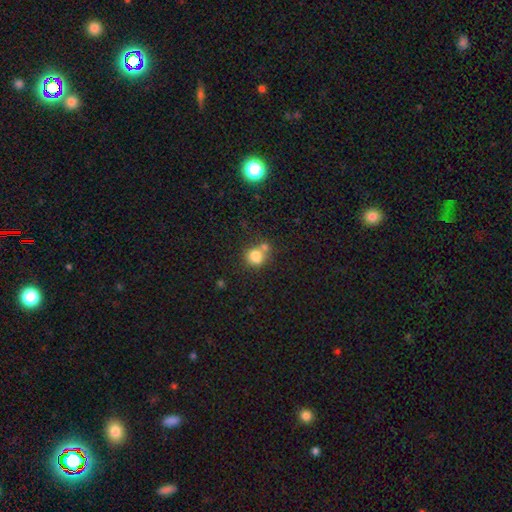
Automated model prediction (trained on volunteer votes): smooth-or-featured: smooth: 80% | star or artifact: 11% | featured or disk: 9%
  how-rounded: round: 73% | in between: 26% | cigar-shaped: 1%
  merging: none: 45% | merger: 38% | minor disturbance: 12% | major disturbance: 5%